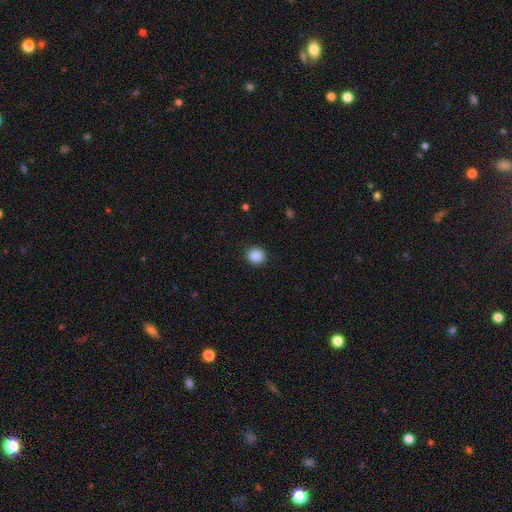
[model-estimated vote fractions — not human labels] A smooth galaxy with no disk features (88%) that is round (87%). Merging: none (91%).